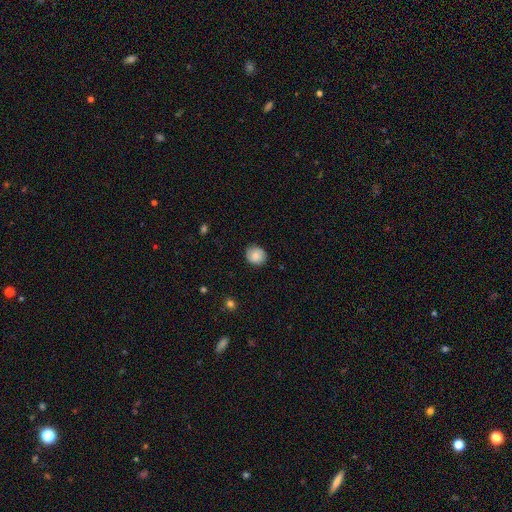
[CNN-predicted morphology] Smooth or featured? smooth (79%)
How rounded? round (75%)
Merging? none (83%)